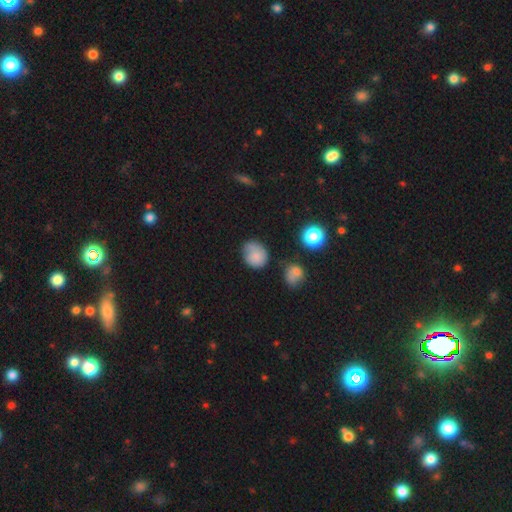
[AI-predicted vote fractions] A smooth galaxy with no disk features (73%) that is round (65%). Merging: none (55%).